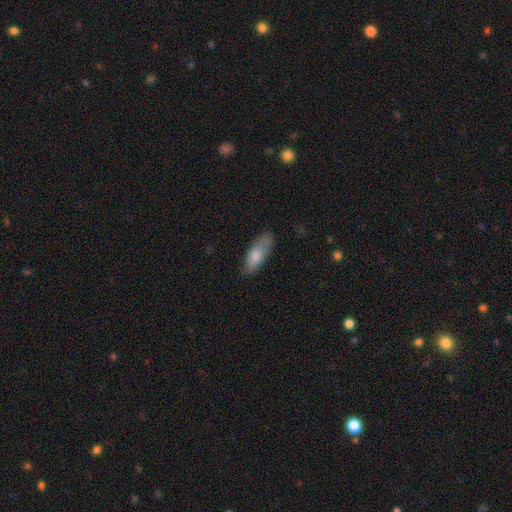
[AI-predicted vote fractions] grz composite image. It shows a smooth galaxy with no disk features (79%) that is in between round and cigar-shaped (70%). Merging: none (72%).